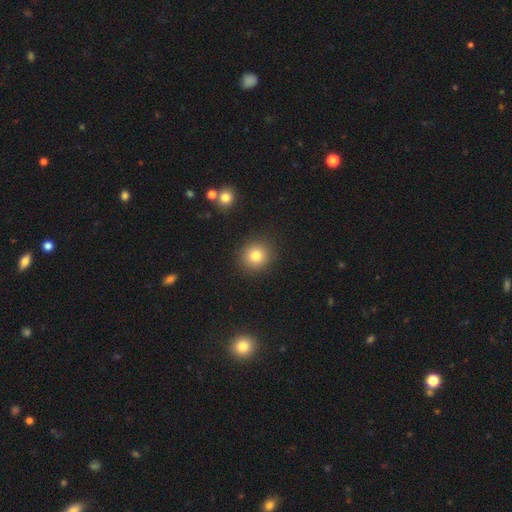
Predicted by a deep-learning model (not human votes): Overall: smooth (82%). How rounded: round (88%). Merging: none (89%).